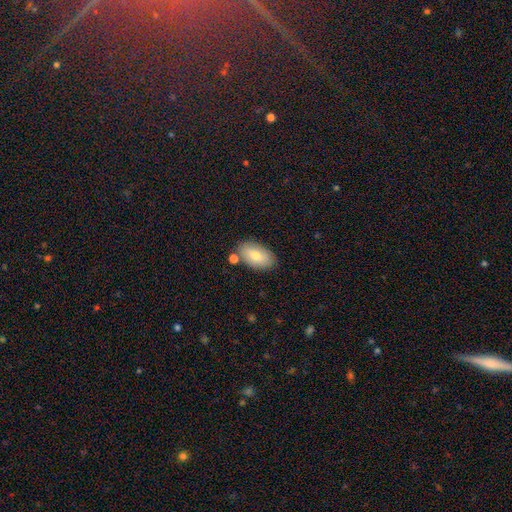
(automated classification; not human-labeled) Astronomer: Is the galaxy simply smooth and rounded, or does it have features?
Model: smooth — 73%.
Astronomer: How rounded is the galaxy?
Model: in between — 93%.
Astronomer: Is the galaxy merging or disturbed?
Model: none — 76%.